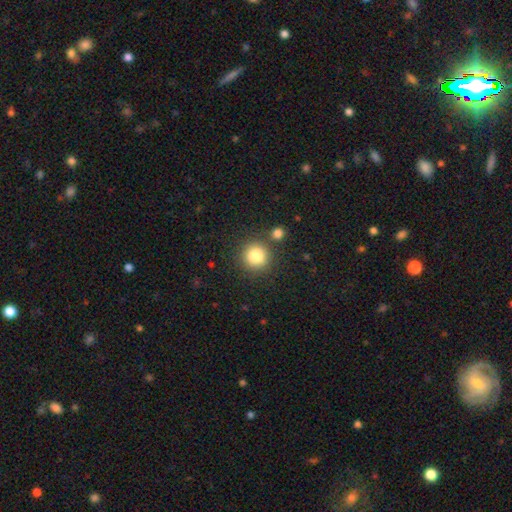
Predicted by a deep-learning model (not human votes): Q: Smooth or featured?
A: smooth (83%); runner-up: star or artifact (11%)
Q: How rounded?
A: round (93%); runner-up: in between (6%)
Q: Merging?
A: none (81%); runner-up: minor disturbance (8%)